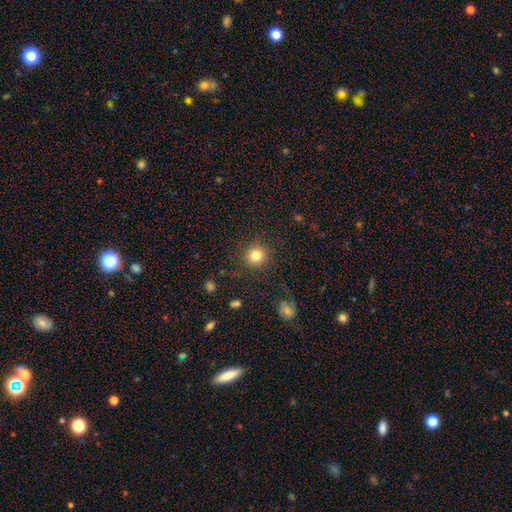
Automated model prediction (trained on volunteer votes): Morphology: type=smooth (81%); roundness=round (94%); merging=none (87%).